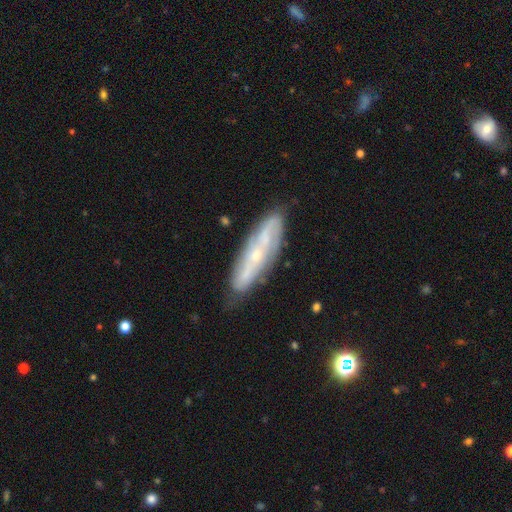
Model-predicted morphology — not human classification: smooth_or_featured: featured or disk (p=0.71) [alt: smooth p=0.22]
disk_edge_on: no (p=0.72) [alt: yes p=0.28]
bar: no (p=0.64) [alt: weak p=0.25]
has_spiral_arms: yes (p=0.78) [alt: no p=0.22]
bulge_size: small (p=0.73) [alt: moderate p=0.22]
merging: none (p=0.75) [alt: minor disturbance p=0.18]